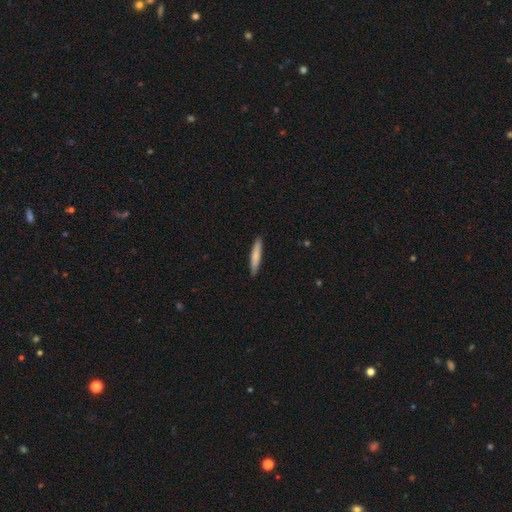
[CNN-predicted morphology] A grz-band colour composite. It shows a smooth galaxy with no disk features (78%) that is cigar-shaped (93%). Merging: none (90%).